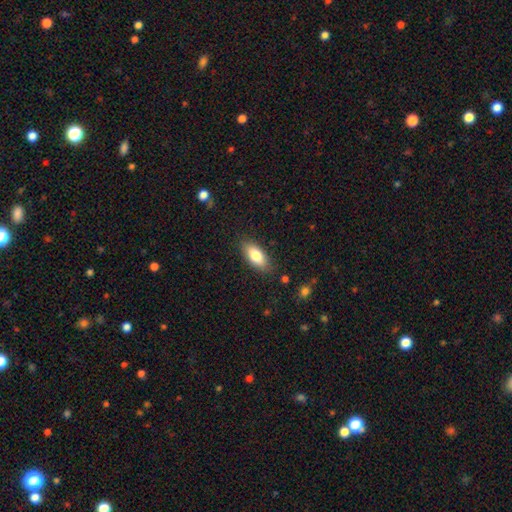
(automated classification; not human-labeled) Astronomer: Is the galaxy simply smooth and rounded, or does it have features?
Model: smooth — 81%.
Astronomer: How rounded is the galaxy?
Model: in between — 85%.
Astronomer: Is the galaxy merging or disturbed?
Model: none — 85%.